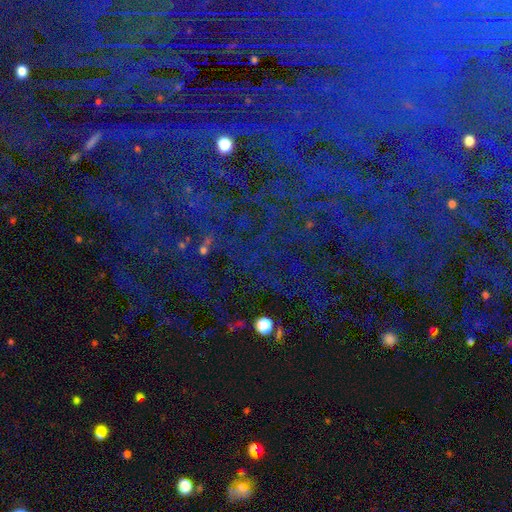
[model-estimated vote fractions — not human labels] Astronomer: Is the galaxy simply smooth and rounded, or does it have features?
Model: star or artifact — 82%.